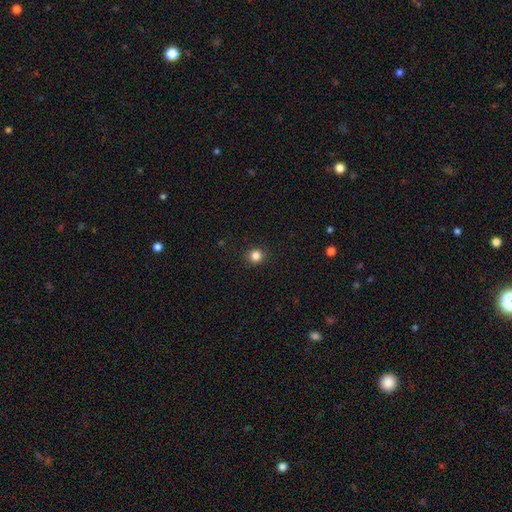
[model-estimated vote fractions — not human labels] A smooth galaxy with no disk features (84%) that is round (91%).

Vote fractions:
- Smooth or featured? smooth: 84% / star or artifact: 12% / featured or disk: 4%
- How rounded? round: 91% / in between: 8% / cigar-shaped: 1%
- Merging? none: 92% / minor disturbance: 5% / major disturbance: 2% / merger: 1%